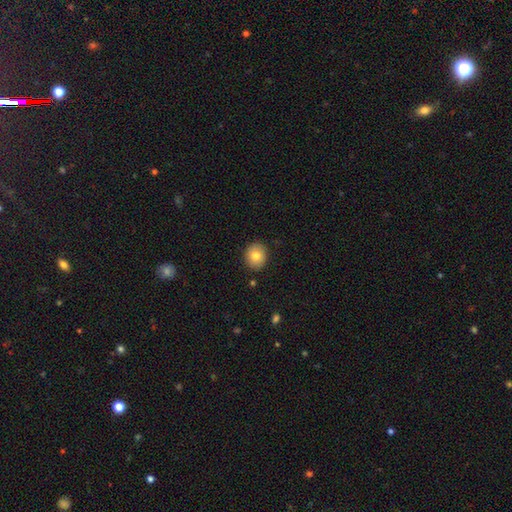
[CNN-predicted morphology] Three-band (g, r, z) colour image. It shows a smooth galaxy with no disk features (80%) that is round (74%). Merging: none (87%).